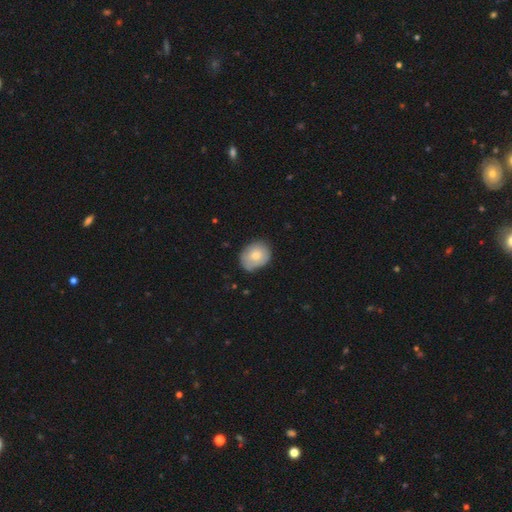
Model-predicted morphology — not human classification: A smooth galaxy with no disk features (74%) that is in between round and cigar-shaped (50%). Merging: none (69%).